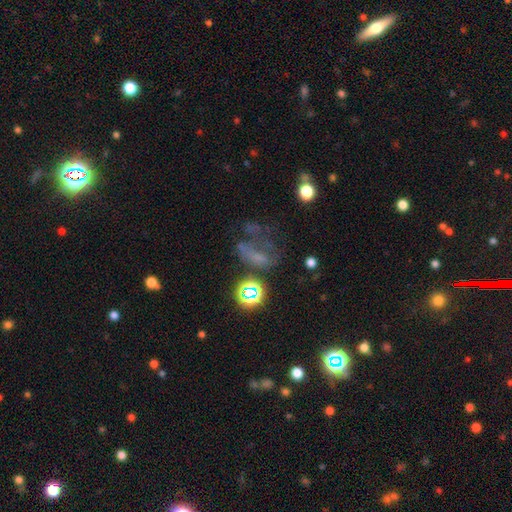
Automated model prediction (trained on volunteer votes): This is marginally a star or artifact rather than a galaxy (36%).